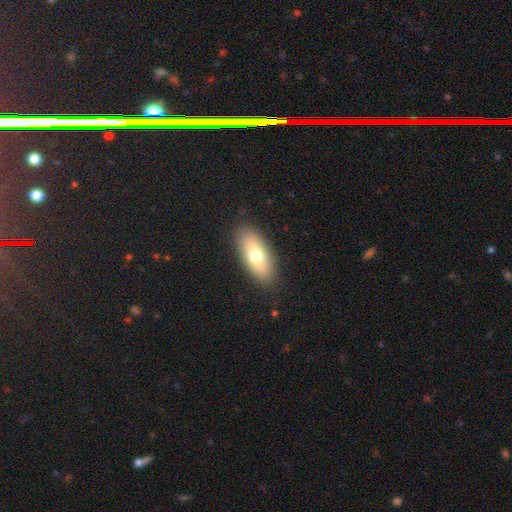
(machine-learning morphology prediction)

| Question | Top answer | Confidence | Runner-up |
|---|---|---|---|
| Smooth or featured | smooth | 71% | featured or disk (22%) |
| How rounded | in between | 85% | cigar-shaped (11%) |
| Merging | none | 87% | minor disturbance (9%) |